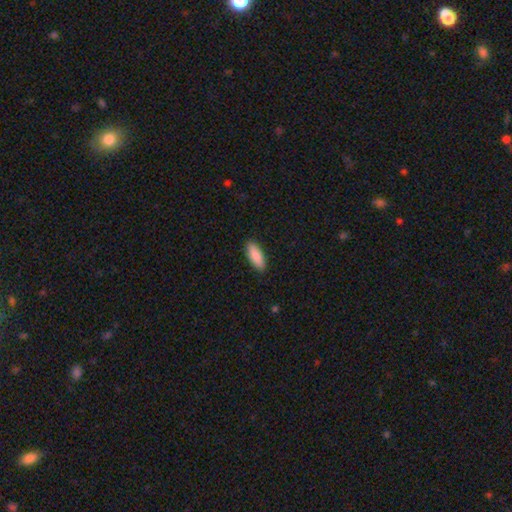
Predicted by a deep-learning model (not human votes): A smooth galaxy with no disk features (89%) that is in between round and cigar-shaped (72%). Merging: none (90%).